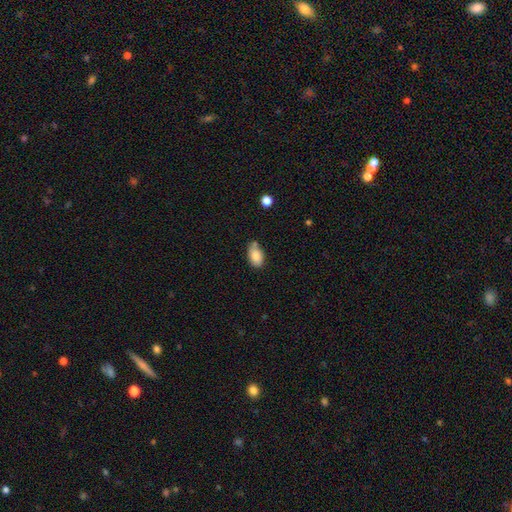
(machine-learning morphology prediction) The model was most divided on "merging": none: 62%, minor disturbance: 26%, merger: 8%, major disturbance: 4%. More confident: how rounded — in between (92%); smooth or featured — smooth (84%).